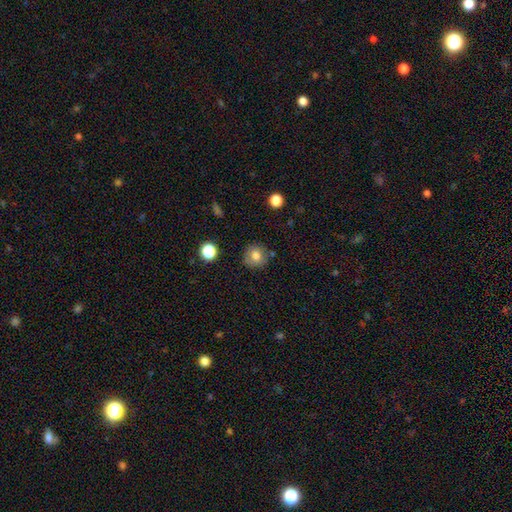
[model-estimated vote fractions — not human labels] smooth-or-featured: smooth: 77% | featured or disk: 12% | star or artifact: 11%
  how-rounded: round: 88% | in between: 11% | cigar-shaped: 1%
  merging: none: 80% | minor disturbance: 13% | merger: 4% | major disturbance: 3%